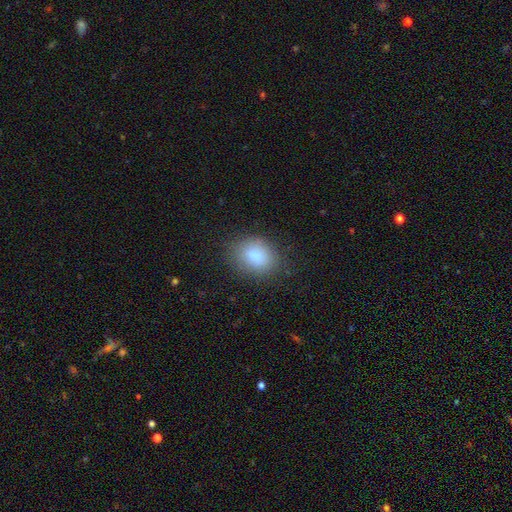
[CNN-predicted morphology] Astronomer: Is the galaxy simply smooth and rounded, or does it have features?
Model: smooth — 86%.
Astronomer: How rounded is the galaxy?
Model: in between — 68%.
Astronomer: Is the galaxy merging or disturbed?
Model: none — 79%.